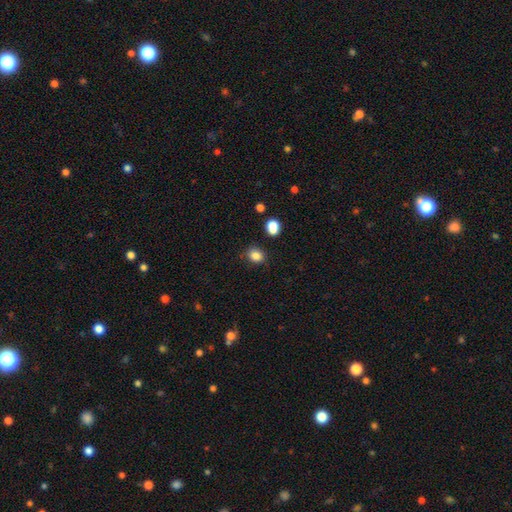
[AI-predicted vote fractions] Smooth or featured: smooth — 84% (star or artifact — 12%)
How rounded: round — 57% (in between — 42%)
Merging: none — 80% (minor disturbance — 13%)